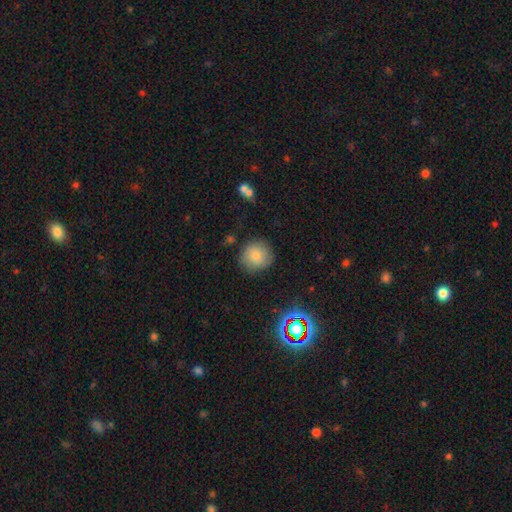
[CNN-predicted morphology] The model was most divided on "smooth or featured": smooth: 81%, star or artifact: 10%, featured or disk: 9%. More confident: how rounded — round (92%); merging — none (84%).